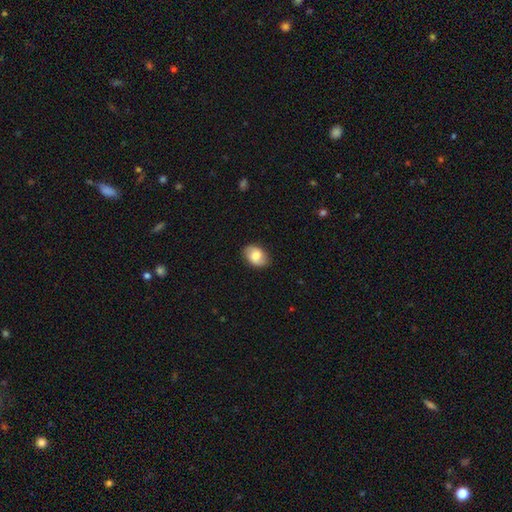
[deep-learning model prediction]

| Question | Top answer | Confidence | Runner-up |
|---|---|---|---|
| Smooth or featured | smooth | 61% | featured or disk (32%) |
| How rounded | in between | 80% | round (19%) |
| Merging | none | 85% | minor disturbance (11%) |